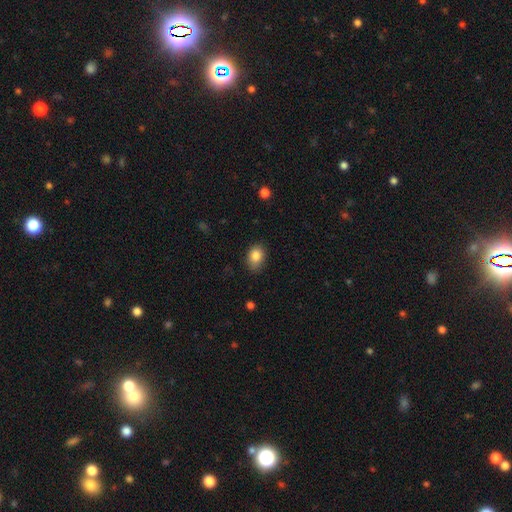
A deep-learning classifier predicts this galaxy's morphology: smooth-or-featured: smooth: 85% | star or artifact: 8% | featured or disk: 6%
  how-rounded: in between: 74% | round: 25% | cigar-shaped: 1%
  merging: none: 76% | minor disturbance: 20% | major disturbance: 3% | merger: 1%